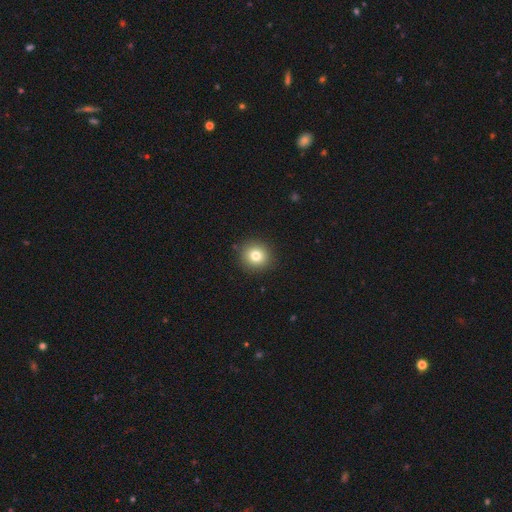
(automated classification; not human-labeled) Overall: smooth (79%). How rounded: round (92%). Merging: none (90%).